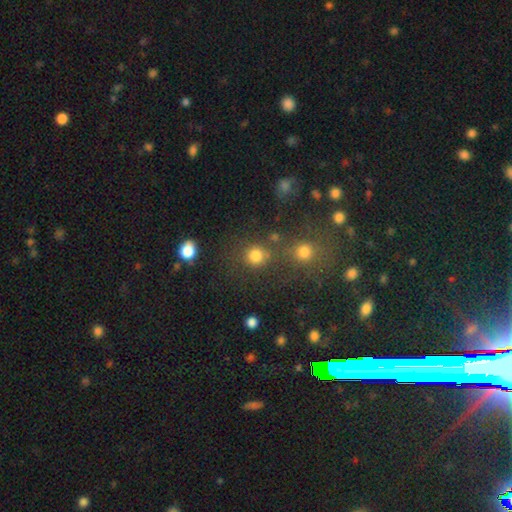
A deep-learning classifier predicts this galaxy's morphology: Overall: smooth (80%). How rounded: round (90%). Merging: none (69%).